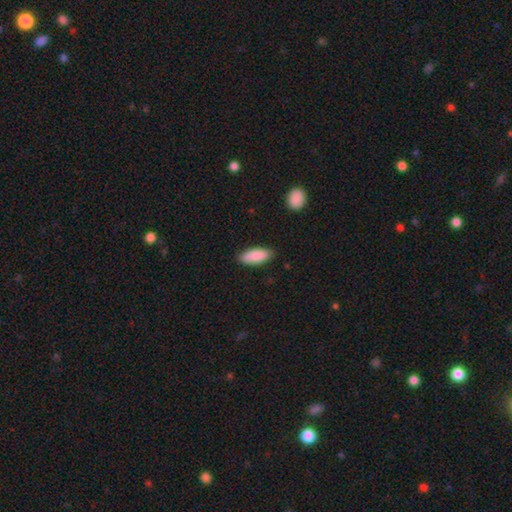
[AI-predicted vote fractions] smooth_or_featured: smooth (p=0.88) [alt: featured or disk p=0.06]
how_rounded: in between (p=0.80) [alt: cigar-shaped p=0.18]
merging: none (p=0.84) [alt: minor disturbance p=0.12]